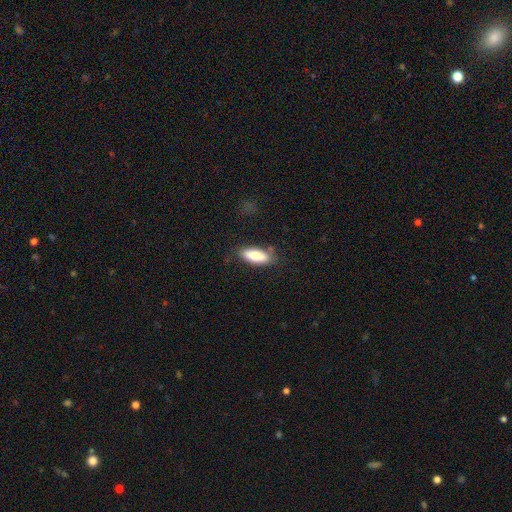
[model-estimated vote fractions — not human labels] This is likely a smooth galaxy (77%). How rounded: likely in between (76%). Merging: likely none (76%).